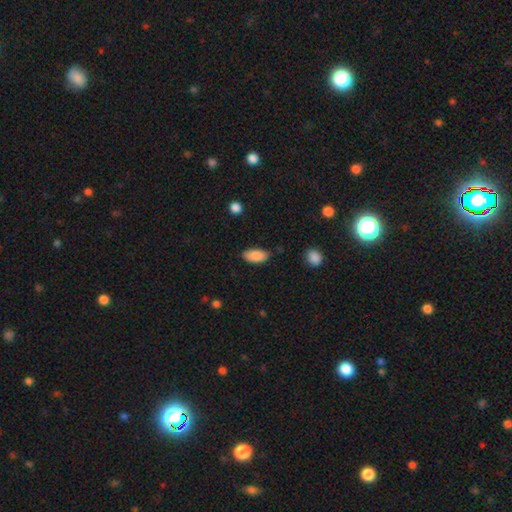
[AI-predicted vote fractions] This is clearly a smooth galaxy (88%). How rounded: clearly in between (92%). Merging: clearly none (80%).